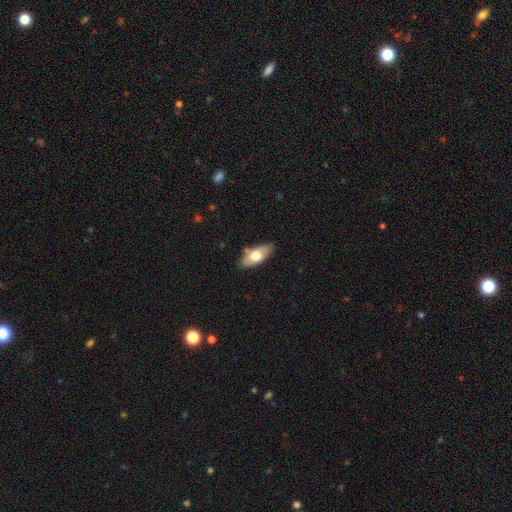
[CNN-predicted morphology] smooth-or-featured: smooth: 68% | featured or disk: 26% | star or artifact: 6%
  how-rounded: in between: 84% | cigar-shaped: 13% | round: 3%
  merging: none: 81% | minor disturbance: 14% | merger: 3% | major disturbance: 3%